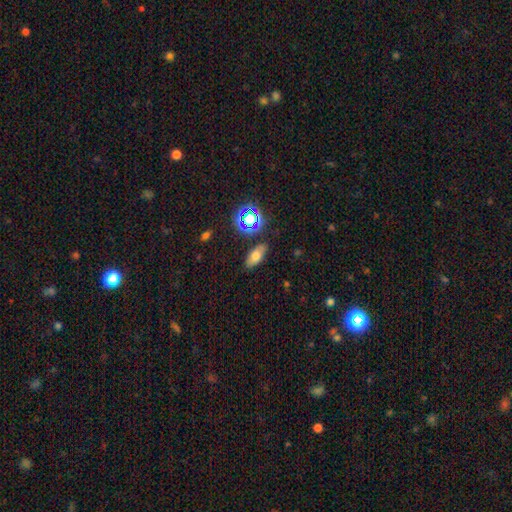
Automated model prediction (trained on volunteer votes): Smooth or featured: smooth — 68% (star or artifact — 17%)
How rounded: in between — 80% (cigar-shaped — 12%)
Merging: none — 82% (minor disturbance — 12%)